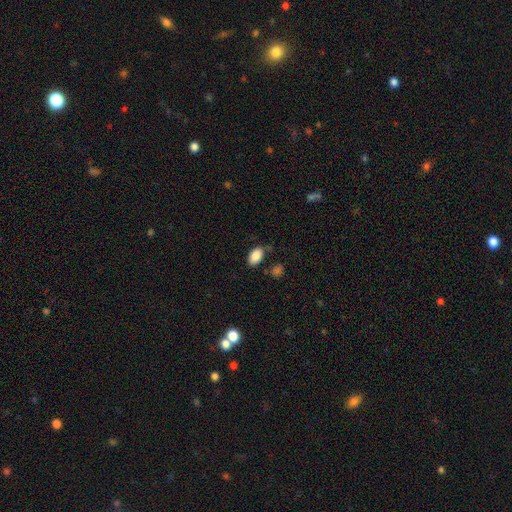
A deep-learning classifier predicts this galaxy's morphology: Smooth or featured? smooth (88%)
How rounded? in between (92%)
Merging? none (74%)